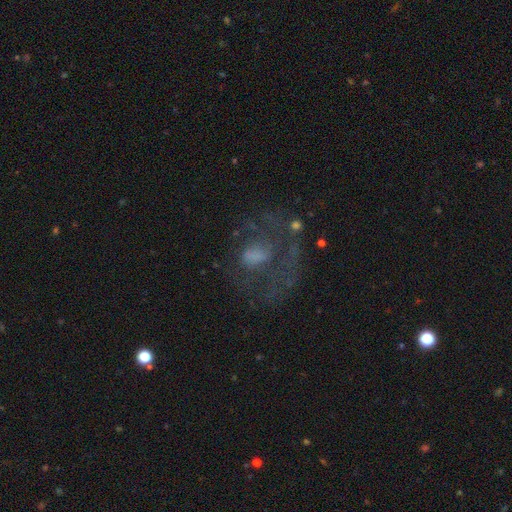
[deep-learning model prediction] Smooth or featured?
  - featured or disk: 56% *
  - smooth: 27%
  - star or artifact: 18%
Edge-on disk?
  - no: 97% *
  - yes: 3%
Bar?
  - no: 72% *
  - weak: 22%
  - strong: 5%
Spiral arms?
  - no: 53% *
  - yes: 47%
Bulge size?
  - none: 38% *
  - moderate: 26%
  - small: 25%
  - large: 9%
  - dominant: 2%
Merging?
  - major disturbance: 44% *
  - none: 36%
  - minor disturbance: 15%
  - merger: 5%